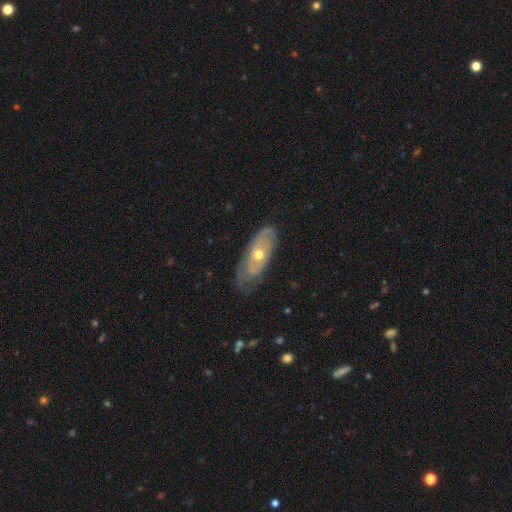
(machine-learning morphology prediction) Smooth or featured?
  - featured or disk: 60% *
  - smooth: 29%
  - star or artifact: 11%
Edge-on disk?
  - no: 72% *
  - yes: 28%
Merging?
  - none: 82% *
  - minor disturbance: 13%
  - major disturbance: 3%
  - merger: 1%